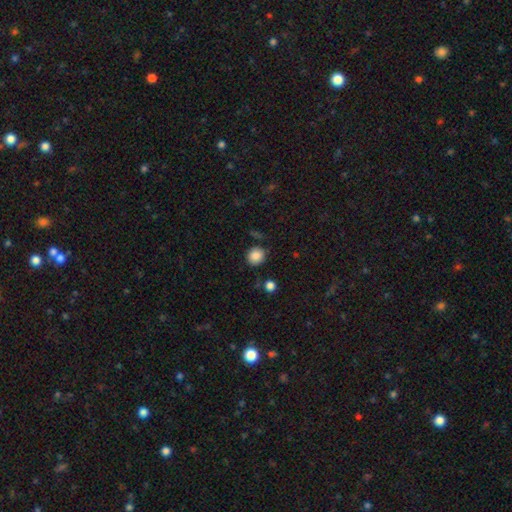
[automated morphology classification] smooth_or_featured: smooth (p=0.86) [alt: star or artifact p=0.10]
how_rounded: round (p=0.87) [alt: in between p=0.12]
merging: none (p=0.83) [alt: minor disturbance p=0.11]